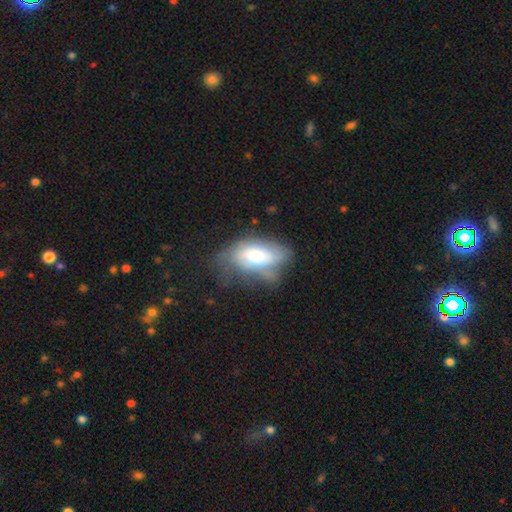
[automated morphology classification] Smooth or featured? Predicted: smooth (p=0.53). How rounded? Predicted: in between (p=0.88). Merging? Predicted: none (p=0.33).